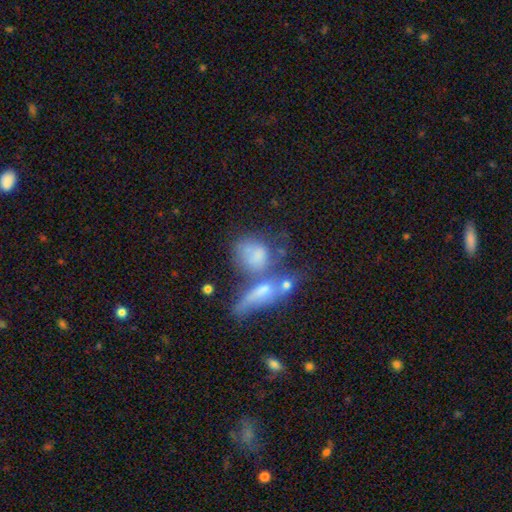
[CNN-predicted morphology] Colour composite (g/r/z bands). It shows a smooth galaxy with no disk features (61%) that is in between round and cigar-shaped (49%). Merging: merger (48%).